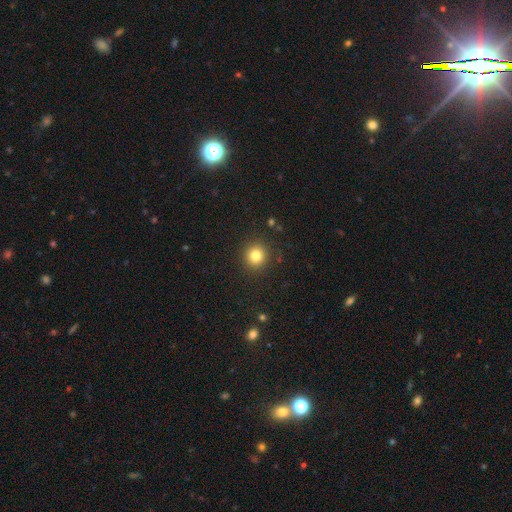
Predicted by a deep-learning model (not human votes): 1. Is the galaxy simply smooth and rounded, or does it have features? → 82% smooth, 12% star or artifact, 6% featured or disk.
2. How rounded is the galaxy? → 93% round, 6% in between, 1% cigar-shaped.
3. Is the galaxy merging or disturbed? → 91% none, 6% minor disturbance, 2% major disturbance, 1% merger.